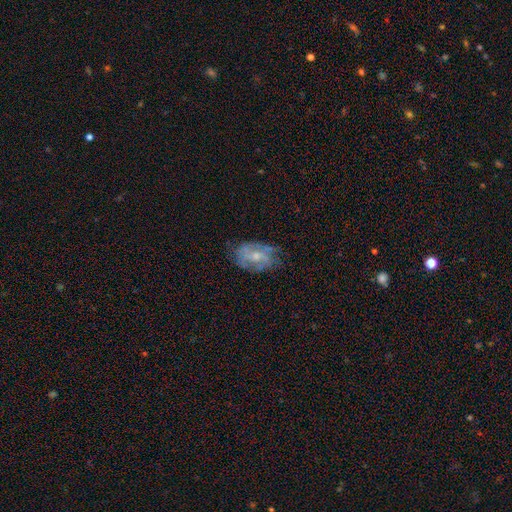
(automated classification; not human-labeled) Smooth or featured: featured or disk — 66% (smooth — 27%)
Edge-on disk: no — 96% (yes — 4%)
Bar: no — 57% (weak — 36%)
Spiral arms: yes — 74% (no — 26%)
Bulge size: small — 45% (tied with moderate — 45%)
Merging: none — 60% (minor disturbance — 26%)